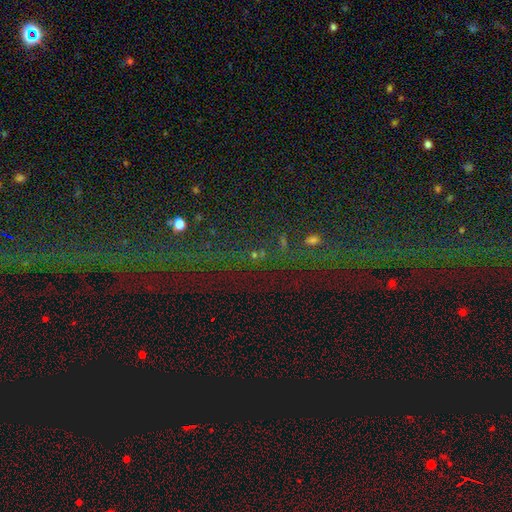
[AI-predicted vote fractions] smooth_or_featured: star or artifact (p=0.72) [alt: featured or disk p=0.15]